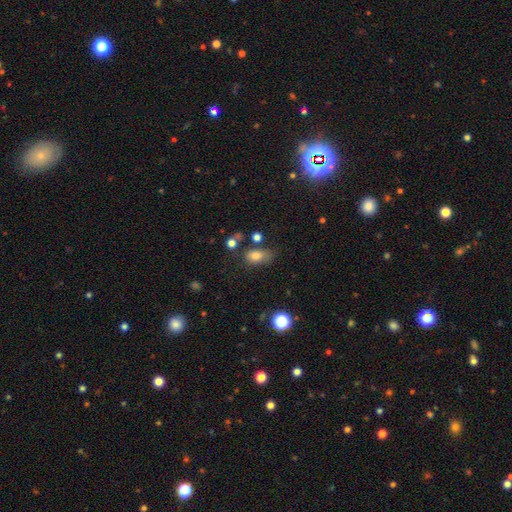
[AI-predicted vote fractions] Smooth or featured: smooth — 78% (star or artifact — 12%)
How rounded: in between — 83% (round — 14%)
Merging: none — 49% (minor disturbance — 29%)